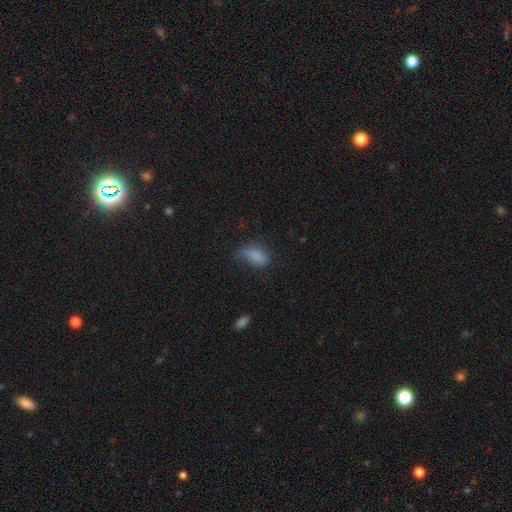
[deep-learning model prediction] Smooth or featured?
  - smooth: 81% *
  - featured or disk: 10%
  - star or artifact: 9%
How rounded?
  - in between: 86% *
  - cigar-shaped: 9%
  - round: 5%
Merging?
  - none: 52% *
  - minor disturbance: 33%
  - major disturbance: 13%
  - merger: 2%